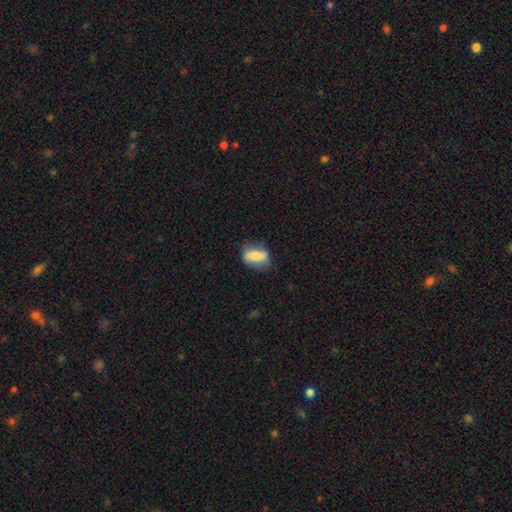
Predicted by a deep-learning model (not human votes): Overall: smooth (68%). How rounded: in between (72%). Merging: none (70%).